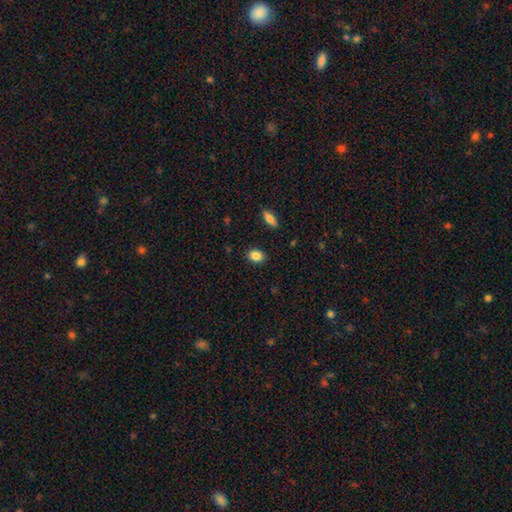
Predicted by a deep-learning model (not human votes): Overall: smooth (85%). How rounded: in between (66%; round 33%). Merging: none (89%).